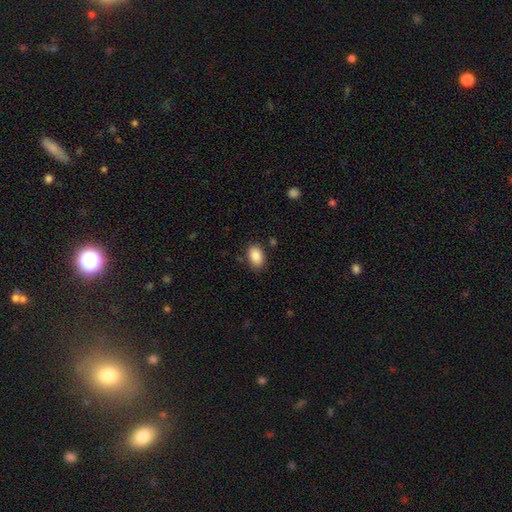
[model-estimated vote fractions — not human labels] Overall: smooth (86%). How rounded: in between (85%). Merging: none (84%).